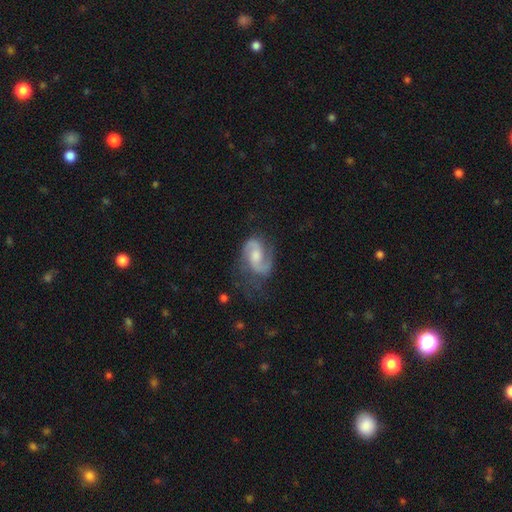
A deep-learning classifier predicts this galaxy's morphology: The model was most divided on "bar": no: 47%, weak: 43%, strong: 10%. More confident: edge-on disk — no (97%); spiral arms — yes (96%); spiral arm count — 2 (89%); smooth or featured — featured or disk (85%); merging — none (60%); bulge size — moderate (54%); spiral winding — medium (53%).